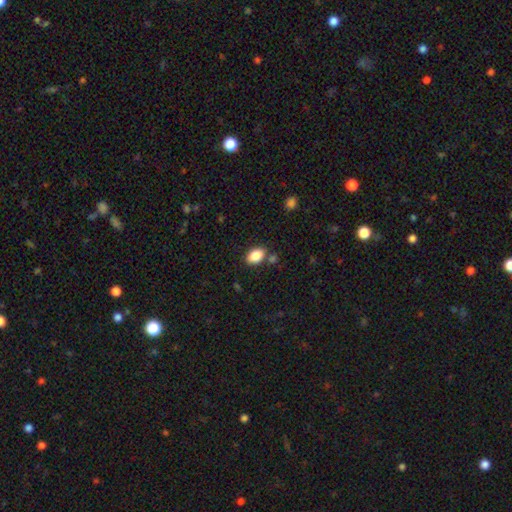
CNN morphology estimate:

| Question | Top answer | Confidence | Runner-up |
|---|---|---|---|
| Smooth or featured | smooth | 87% | star or artifact (8%) |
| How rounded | in between | 86% | round (13%) |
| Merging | none | 78% | minor disturbance (11%) |